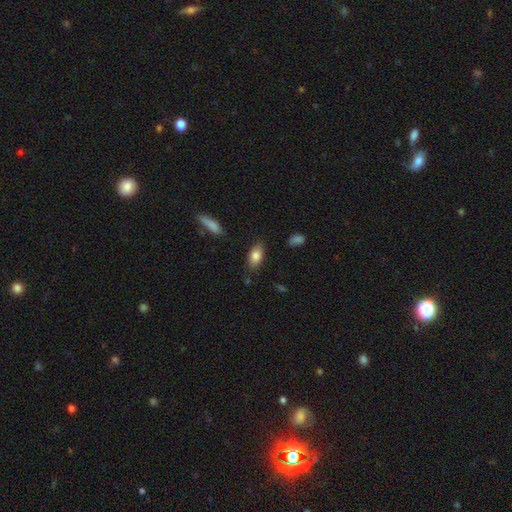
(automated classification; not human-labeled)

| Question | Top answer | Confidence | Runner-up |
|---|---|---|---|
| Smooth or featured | smooth | 82% | featured or disk (10%) |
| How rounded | in between | 89% | cigar-shaped (6%) |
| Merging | none | 83% | minor disturbance (13%) |